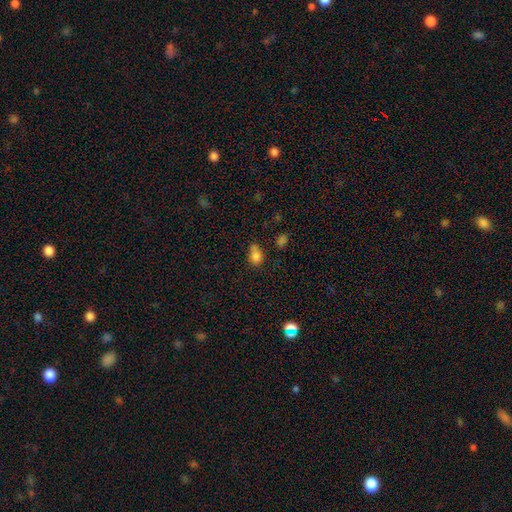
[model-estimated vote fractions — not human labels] smooth_or_featured: smooth (p=0.79) [alt: star or artifact p=0.14]
how_rounded: in between (p=0.59) [alt: round p=0.39]
merging: none (p=0.43) [alt: minor disturbance p=0.25]